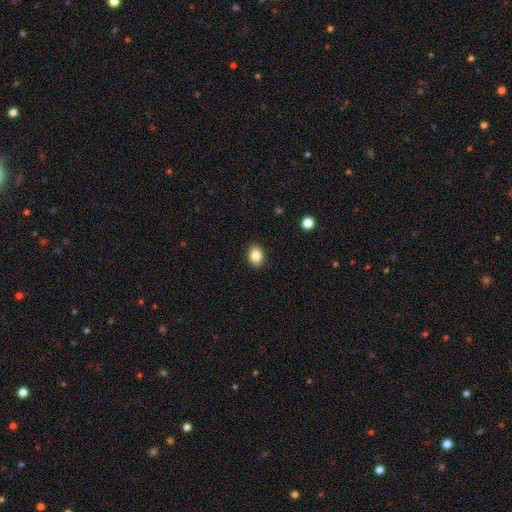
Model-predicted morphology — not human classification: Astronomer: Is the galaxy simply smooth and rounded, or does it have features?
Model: smooth — 84%.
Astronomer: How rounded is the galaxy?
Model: in between — 70%.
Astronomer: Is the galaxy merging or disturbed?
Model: none — 90%.